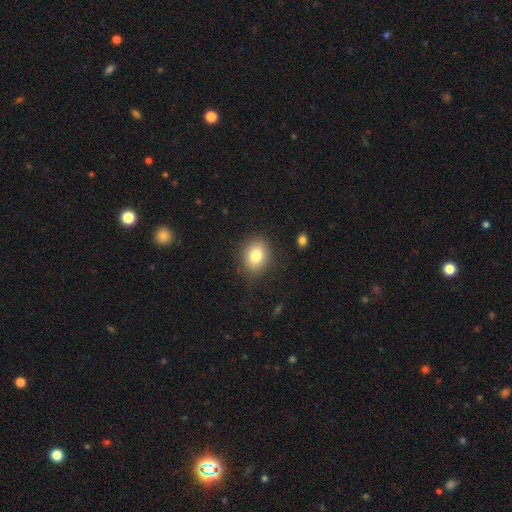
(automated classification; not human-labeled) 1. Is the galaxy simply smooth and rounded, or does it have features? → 80% smooth, 10% star or artifact, 10% featured or disk.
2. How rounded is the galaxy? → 54% round, 45% in between, 1% cigar-shaped.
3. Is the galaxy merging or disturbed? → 84% none, 11% minor disturbance, 4% major disturbance, 1% merger.